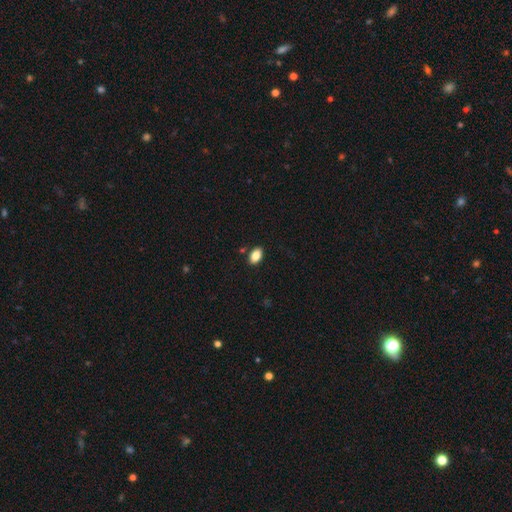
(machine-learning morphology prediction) Smooth or featured? smooth (85%)
How rounded? in between (90%)
Merging? none (87%)